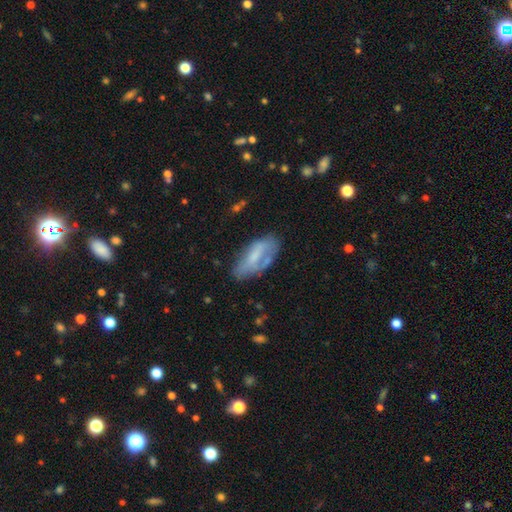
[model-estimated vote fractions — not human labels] This is possibly a smooth galaxy (57%). How rounded: clearly in between (82%). Merging: possibly none (52%).